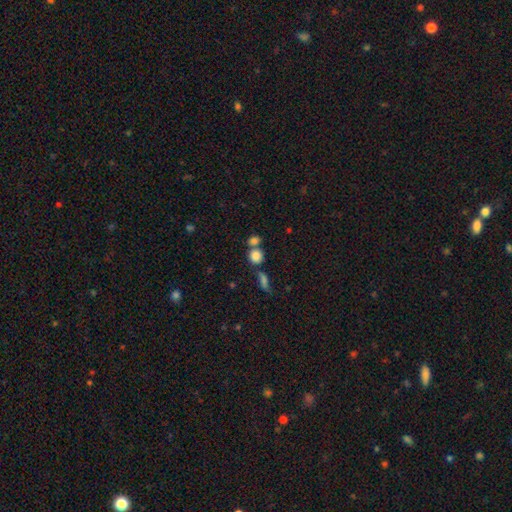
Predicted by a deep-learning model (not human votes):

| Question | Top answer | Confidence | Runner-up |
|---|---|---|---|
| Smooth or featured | smooth | 82% | star or artifact (11%) |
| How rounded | round | 83% | in between (15%) |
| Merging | none | 51% | merger (36%) |